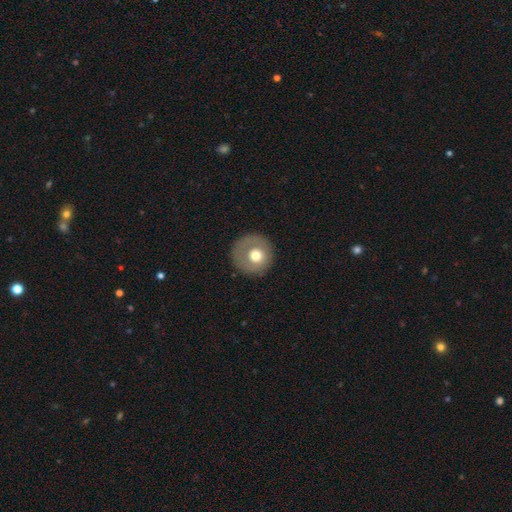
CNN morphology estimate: smooth_or_featured: smooth (p=0.62) [alt: featured or disk p=0.30]
how_rounded: round (p=0.93) [alt: in between p=0.06]
merging: none (p=0.79) [alt: minor disturbance p=0.13]